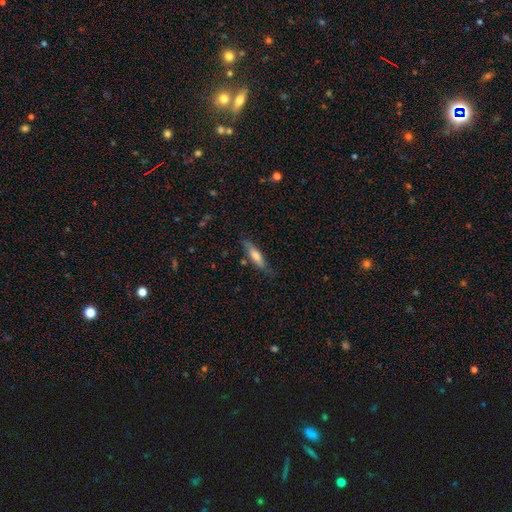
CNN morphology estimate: smooth 65%, featured or disk 28%, star or artifact 6%. Down the decision tree: how rounded — cigar-shaped (70%); merging — none (73%).